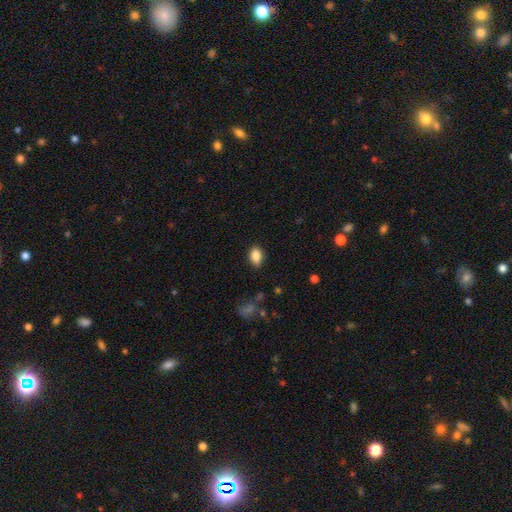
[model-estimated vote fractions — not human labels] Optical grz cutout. It shows a smooth galaxy with no disk features (86%) that is in between round and cigar-shaped (84%). Merging: none (80%).